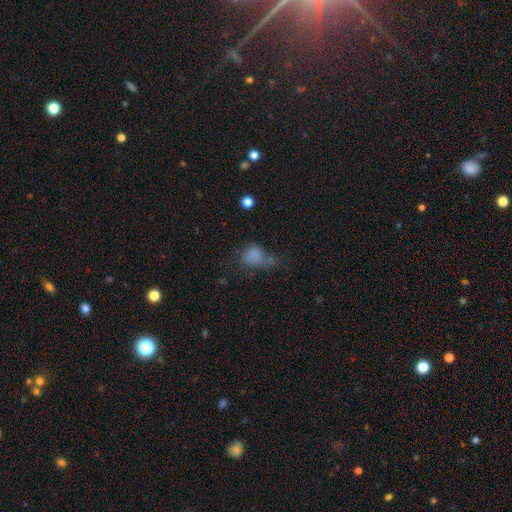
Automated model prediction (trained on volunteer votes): smooth-or-featured: smooth: 73% | star or artifact: 15% | featured or disk: 11%
  how-rounded: in between: 49% | round: 48% | cigar-shaped: 2%
  merging: none: 33% | major disturbance: 30% | minor disturbance: 27% | merger: 10%